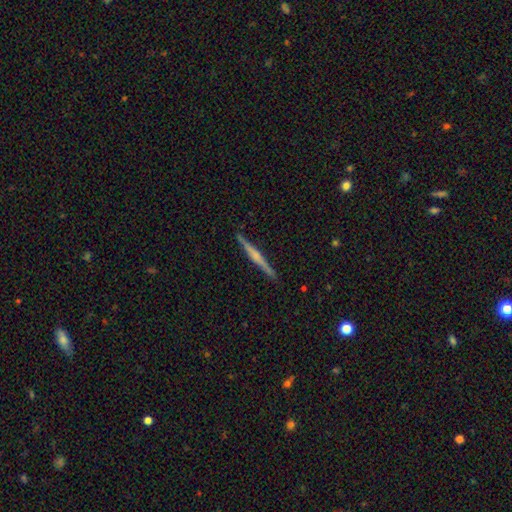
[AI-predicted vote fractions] Smooth or featured? featured or disk (68%)
Edge-on disk? yes (98%)
Edge-on bulge? rounded (55%)
Merging? none (91%)